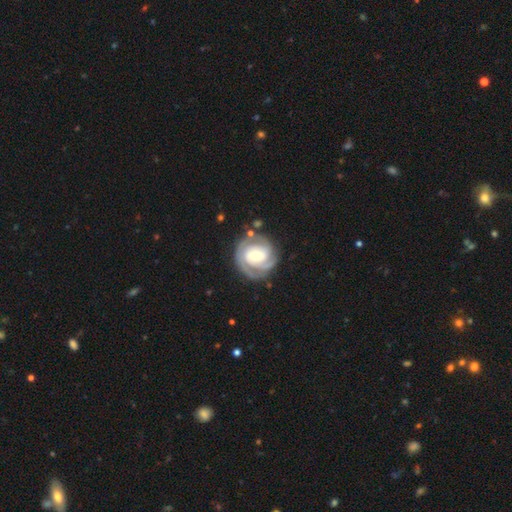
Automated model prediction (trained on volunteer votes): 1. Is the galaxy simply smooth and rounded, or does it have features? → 85% featured or disk, 10% smooth, 4% star or artifact.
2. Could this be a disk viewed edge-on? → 98% no, 2% yes.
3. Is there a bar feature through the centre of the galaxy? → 42% no, 40% weak, 18% strong.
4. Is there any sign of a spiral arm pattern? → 95% yes, 5% no.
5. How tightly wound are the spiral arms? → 73% tight, 23% medium, 5% loose.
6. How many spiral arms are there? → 51% 2, 20% 3, 16% can't tell, 6% 1, 4% 4, 3% more than 4.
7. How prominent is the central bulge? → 62% moderate, 26% small, 9% large, 1% none, 1% dominant.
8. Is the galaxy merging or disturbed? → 76% none, 14% minor disturbance, 6% major disturbance, 3% merger.